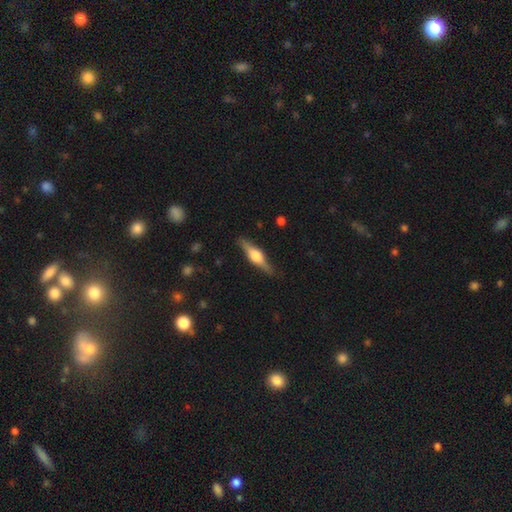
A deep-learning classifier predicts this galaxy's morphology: The model was most divided on "smooth or featured": featured or disk: 68%, smooth: 26%, star or artifact: 6%. More confident: edge-on disk — yes (97%); edge-on bulge — rounded (91%); merging — none (87%).